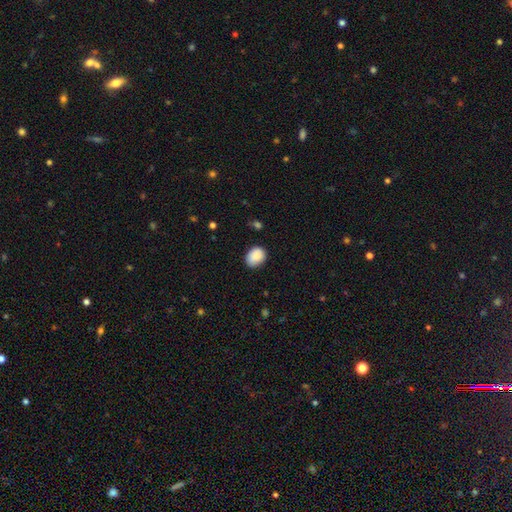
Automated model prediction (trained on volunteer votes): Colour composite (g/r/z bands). It shows a smooth galaxy with no disk features (88%) that is in between round and cigar-shaped (64%). Merging: none (79%).